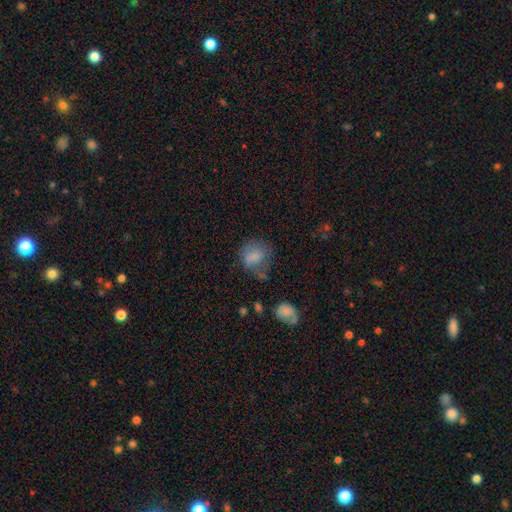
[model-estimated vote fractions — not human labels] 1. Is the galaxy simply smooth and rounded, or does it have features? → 70% smooth, 18% featured or disk, 12% star or artifact.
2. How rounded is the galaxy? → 65% round, 34% in between, 1% cigar-shaped.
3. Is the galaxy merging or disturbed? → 44% none, 27% minor disturbance, 25% major disturbance, 5% merger.